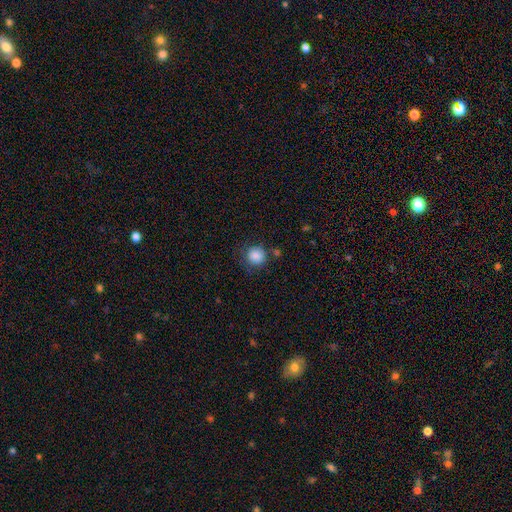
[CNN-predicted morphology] type=smooth (87%); roundness=round (91%); merging=none (74%).